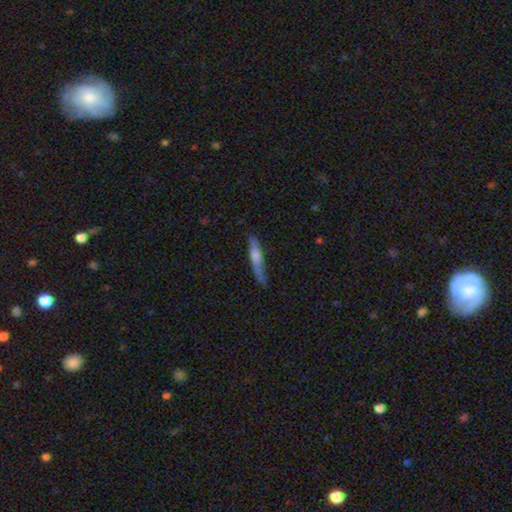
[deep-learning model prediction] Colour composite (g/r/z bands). It shows a smooth galaxy with no disk features (51%) that is cigar-shaped (91%). Merging: none (70%).